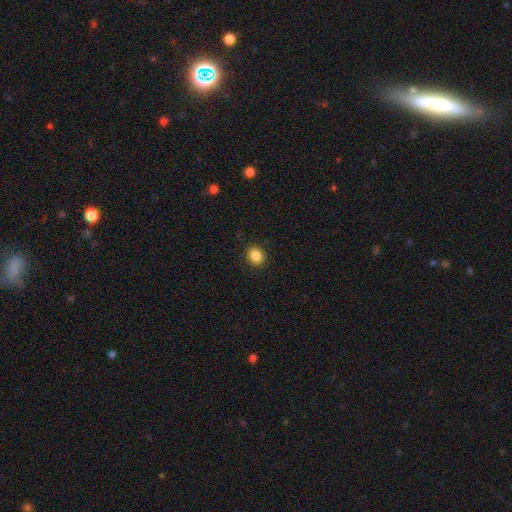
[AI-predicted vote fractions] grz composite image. It shows a smooth galaxy with no disk features (87%) that is round (68%). Merging: none (90%).